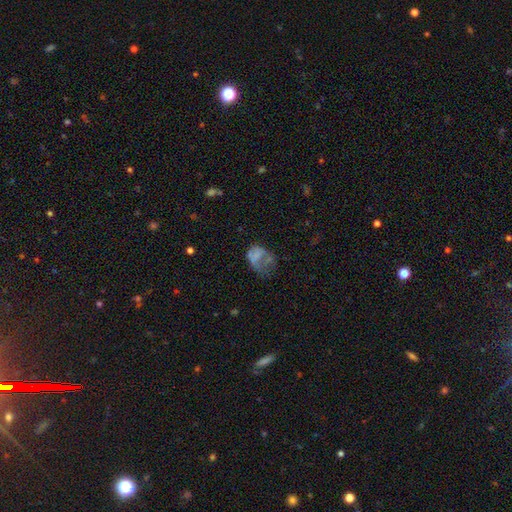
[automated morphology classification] smooth_or_featured: smooth (p=0.52) [alt: featured or disk p=0.34]
how_rounded: in between (p=0.70) [alt: round p=0.29]
merging: major disturbance (p=0.46) [alt: none p=0.24]